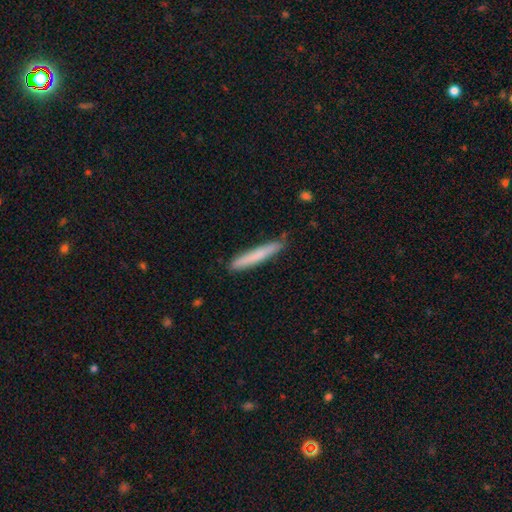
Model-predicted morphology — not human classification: Smooth or featured: smooth — 74% (featured or disk — 20%)
How rounded: cigar-shaped — 96% (in between — 3%)
Merging: none — 84% (minor disturbance — 13%)